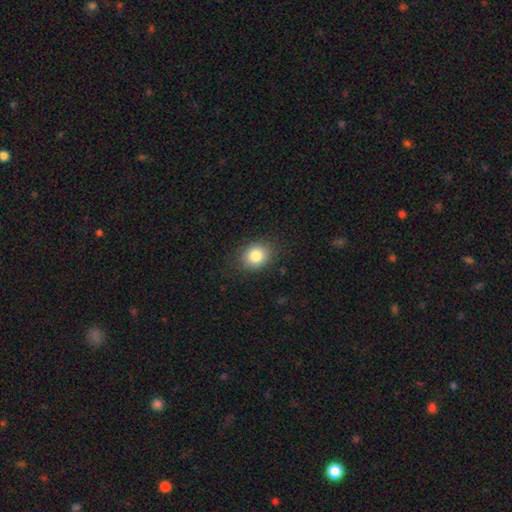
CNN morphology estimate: Smooth or featured? smooth (84%)
How rounded? round (57%)
Merging? none (85%)